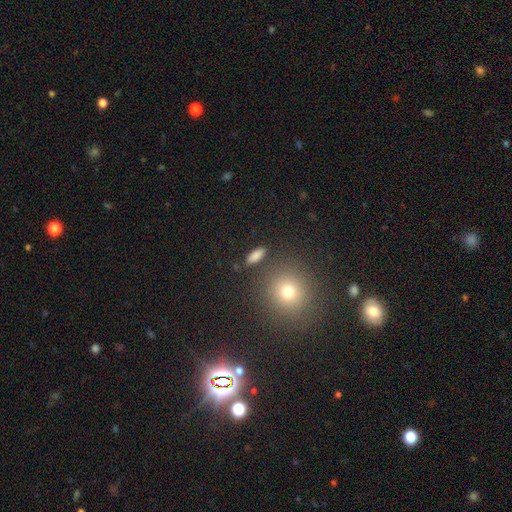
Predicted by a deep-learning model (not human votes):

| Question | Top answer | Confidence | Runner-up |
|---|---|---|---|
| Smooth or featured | smooth | 82% | star or artifact (11%) |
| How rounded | in between | 62% | cigar-shaped (30%) |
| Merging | none | 85% | minor disturbance (9%) |